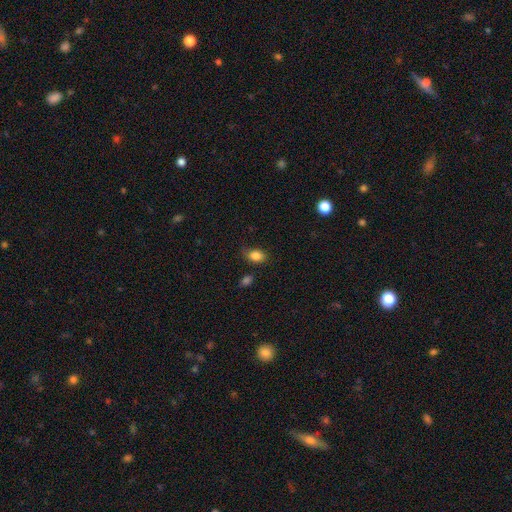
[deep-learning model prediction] Smooth or featured? Predicted: smooth (p=0.85). How rounded? Predicted: in between (p=0.75). Merging? Predicted: none (p=0.71).